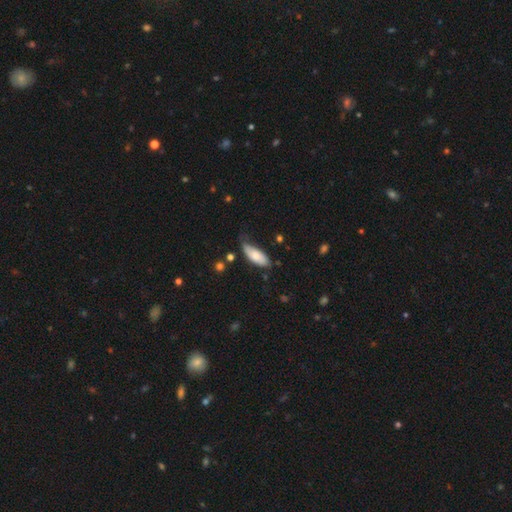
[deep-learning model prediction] This appears to be a smooth galaxy with no disk features (78%) that is in between round and cigar-shaped (78%). Merging: none (51%).